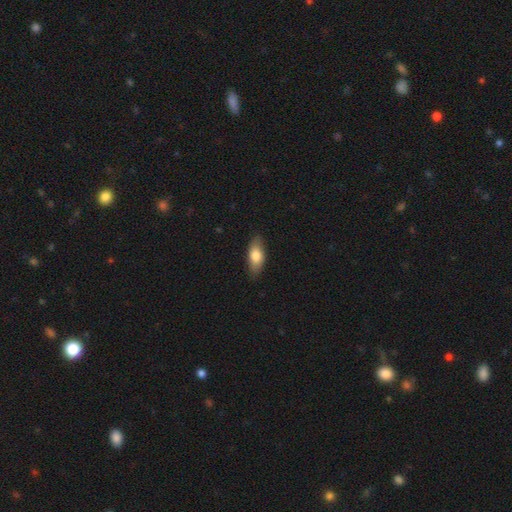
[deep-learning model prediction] This is likely a smooth galaxy (77%). How rounded: clearly in between (81%). Merging: clearly none (84%).